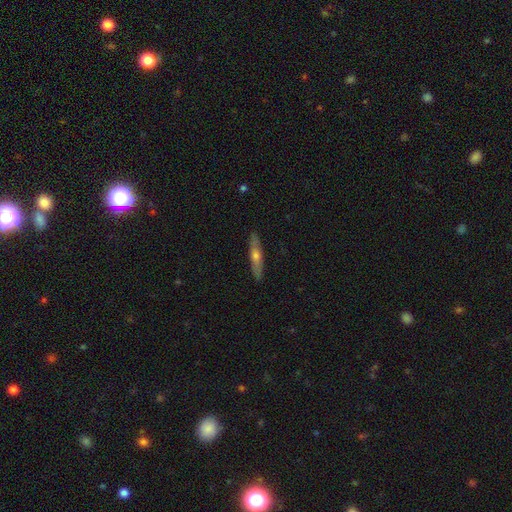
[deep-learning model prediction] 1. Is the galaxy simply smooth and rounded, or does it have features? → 54% featured or disk, 40% smooth, 6% star or artifact.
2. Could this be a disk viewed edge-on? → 89% yes, 11% no.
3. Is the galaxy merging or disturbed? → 90% none, 7% minor disturbance, 1% major disturbance, 1% merger.